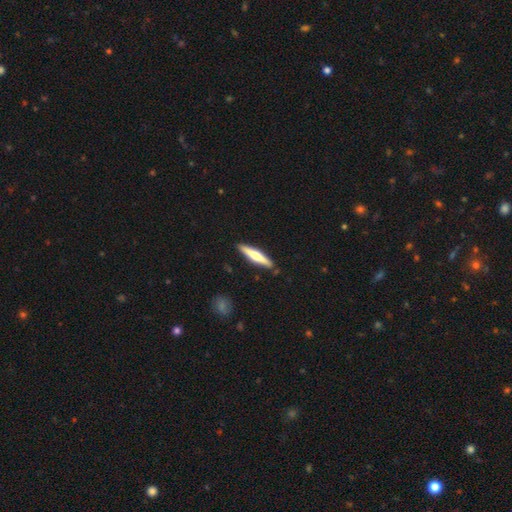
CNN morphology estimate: Smooth or featured? Predicted: featured or disk (p=0.50). Merging? Predicted: none (p=0.89).